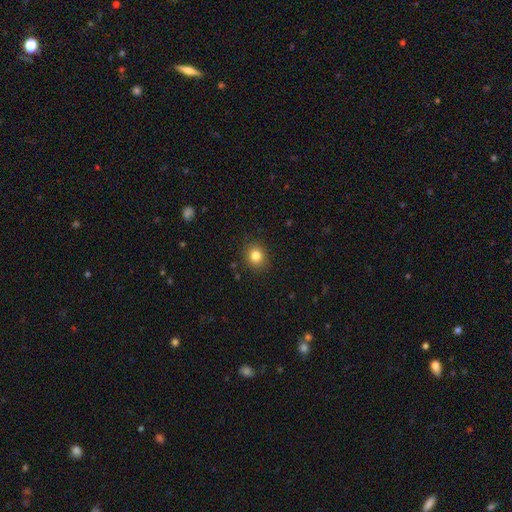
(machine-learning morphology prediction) smooth-or-featured: smooth: 82% | star or artifact: 11% | featured or disk: 7%
  how-rounded: round: 70% | in between: 30% | cigar-shaped: 1%
  merging: none: 88% | minor disturbance: 8% | major disturbance: 2% | merger: 1%